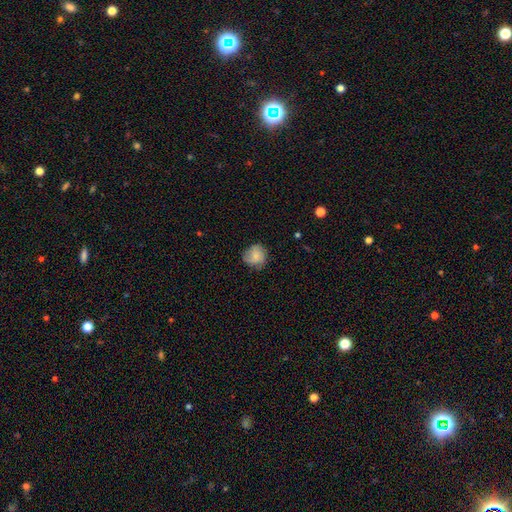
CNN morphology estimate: The model was most divided on "smooth or featured": smooth: 69%, featured or disk: 23%, star or artifact: 8%. More confident: how rounded — round (85%); merging — none (70%).